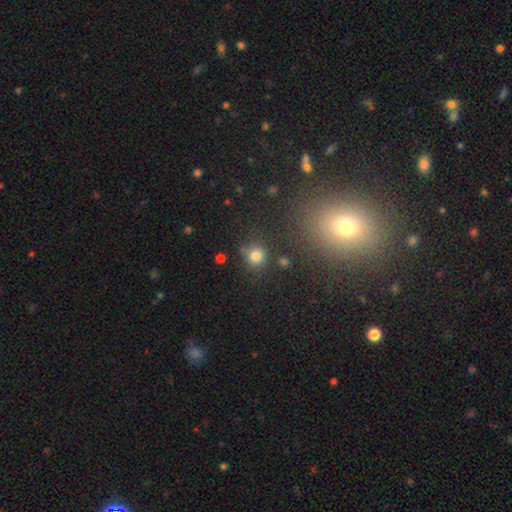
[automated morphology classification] Smooth or featured: smooth — 78% (star or artifact — 16%)
How rounded: round — 88% (in between — 11%)
Merging: none — 73% (minor disturbance — 14%)